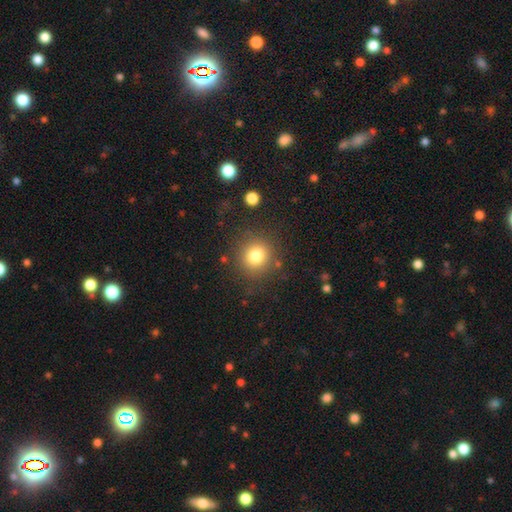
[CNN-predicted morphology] Smooth or featured? smooth (79%)
How rounded? round (87%)
Merging? none (83%)